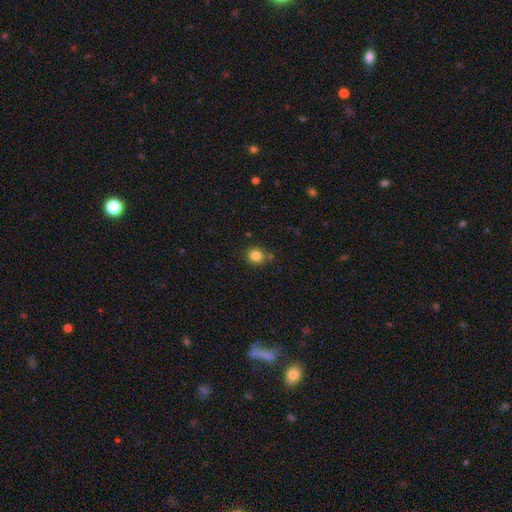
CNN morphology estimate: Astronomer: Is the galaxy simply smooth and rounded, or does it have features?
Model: smooth — 83%.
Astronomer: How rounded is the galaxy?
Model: round — 82%.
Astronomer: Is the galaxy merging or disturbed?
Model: none — 81%.